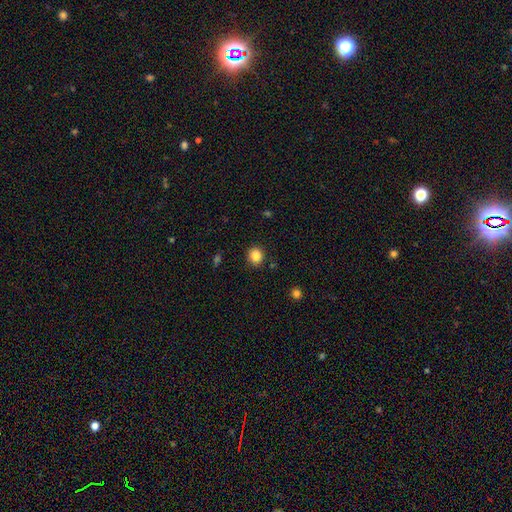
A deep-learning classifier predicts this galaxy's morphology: Overall: smooth (85%). How rounded: round (84%). Merging: none (89%).